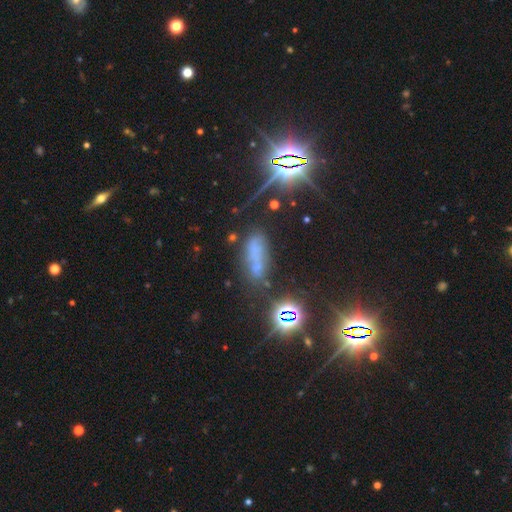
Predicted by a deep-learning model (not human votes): smooth-or-featured: star or artifact: 40% | smooth: 39% | featured or disk: 21%